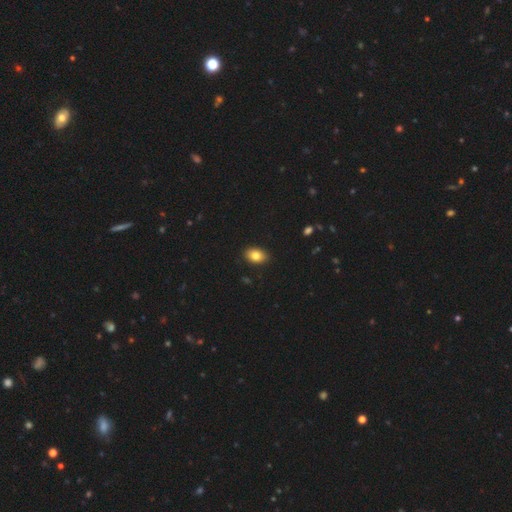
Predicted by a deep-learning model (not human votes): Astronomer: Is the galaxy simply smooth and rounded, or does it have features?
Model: smooth — 82%.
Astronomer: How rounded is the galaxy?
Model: in between — 81%.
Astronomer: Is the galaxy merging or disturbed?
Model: none — 88%.